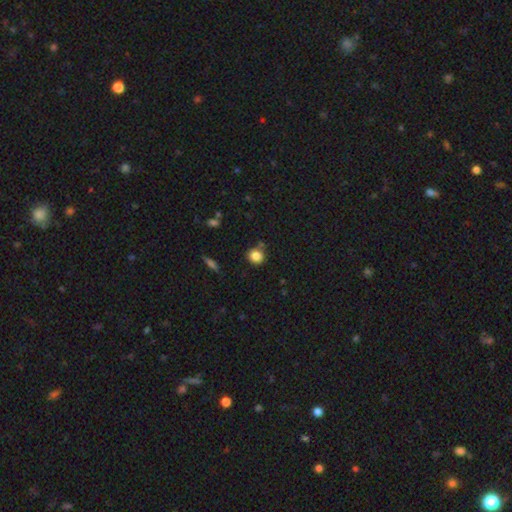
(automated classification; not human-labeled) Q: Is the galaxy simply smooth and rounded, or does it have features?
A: smooth — 84%.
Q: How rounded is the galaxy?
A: round — 84%.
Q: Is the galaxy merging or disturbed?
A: none — 79%.